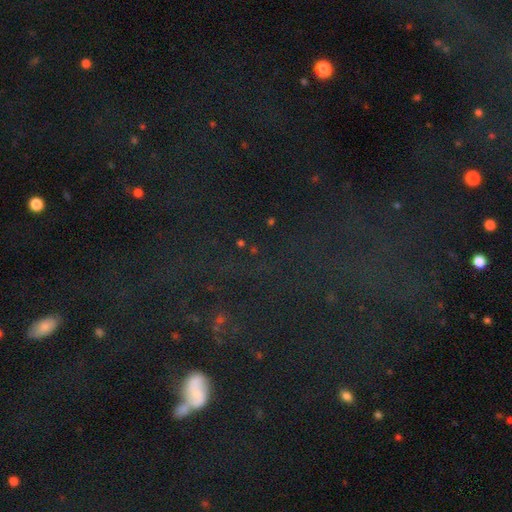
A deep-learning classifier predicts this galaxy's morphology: Smooth or featured: star or artifact — 67% (smooth — 20%)